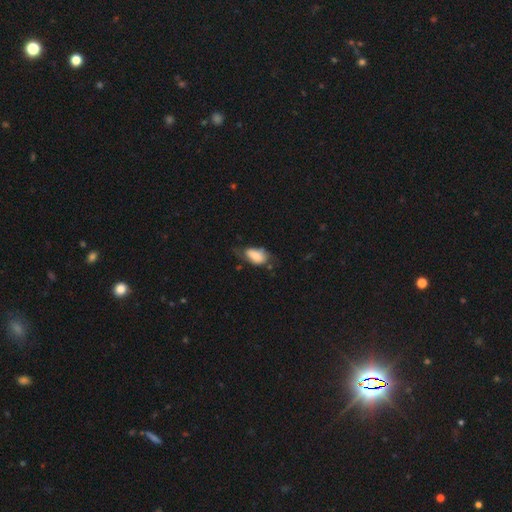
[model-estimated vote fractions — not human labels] Q: Smooth or featured?
A: smooth (71%); runner-up: featured or disk (22%)
Q: How rounded?
A: in between (91%); runner-up: round (6%)
Q: Merging?
A: none (42%); runner-up: minor disturbance (37%)